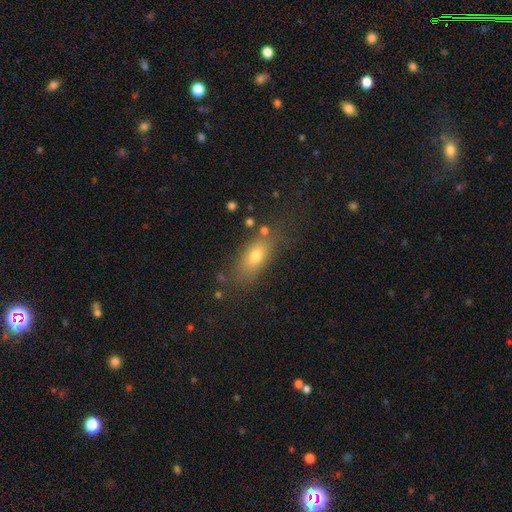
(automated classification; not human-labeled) Overall: smooth (71%). How rounded: in between (76%). Merging: none (69%).